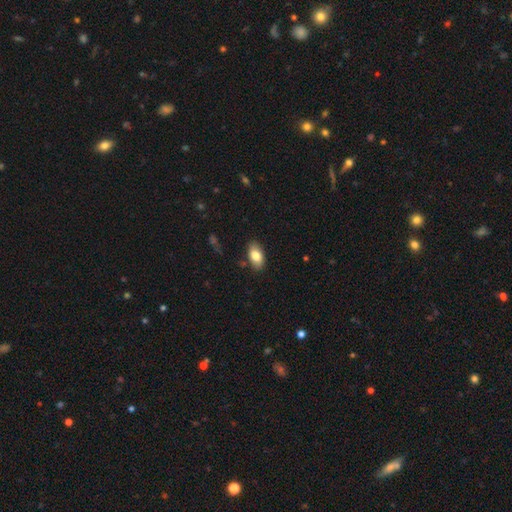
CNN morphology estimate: Q: Smooth or featured?
A: smooth (81%); runner-up: featured or disk (12%)
Q: How rounded?
A: in between (93%); runner-up: round (5%)
Q: Merging?
A: none (84%); runner-up: minor disturbance (12%)